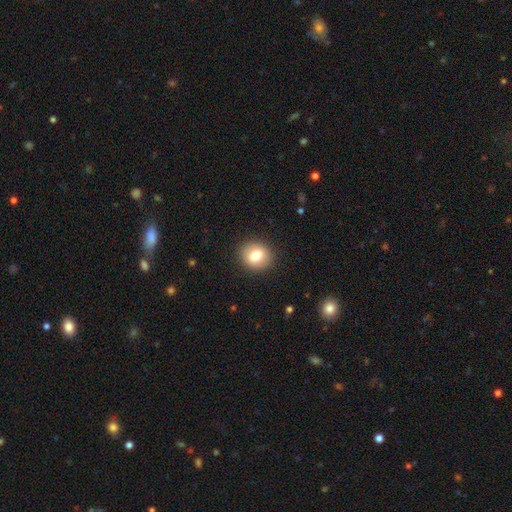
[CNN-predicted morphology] Q: Smooth or featured?
A: smooth (78%); runner-up: featured or disk (13%)
Q: How rounded?
A: round (78%); runner-up: in between (21%)
Q: Merging?
A: none (90%); runner-up: minor disturbance (6%)